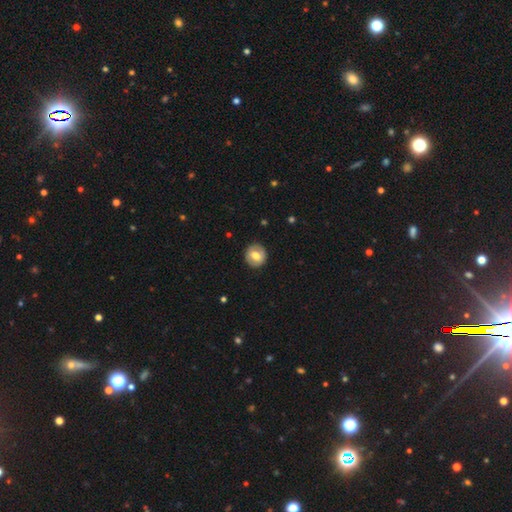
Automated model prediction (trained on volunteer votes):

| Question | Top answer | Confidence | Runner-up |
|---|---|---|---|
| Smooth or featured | smooth | 64% | featured or disk (29%) |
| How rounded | round | 85% | in between (14%) |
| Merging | none | 88% | minor disturbance (9%) |